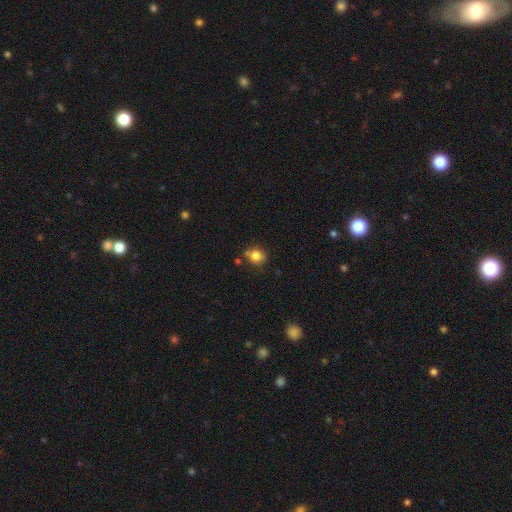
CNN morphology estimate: A smooth galaxy with no disk features (80%) that is round (79%). Merging: none (69%).